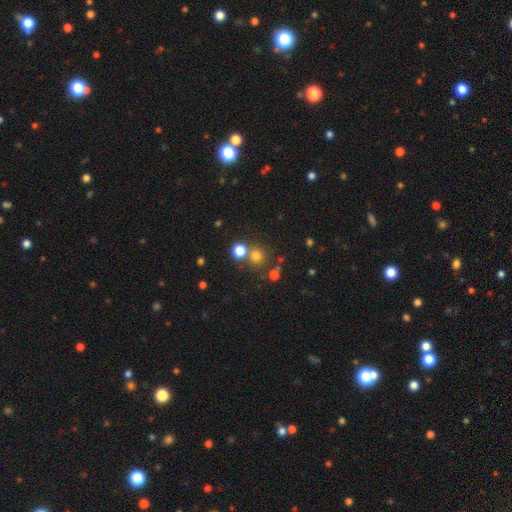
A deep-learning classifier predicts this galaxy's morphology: The model was most divided on "merging": none: 67%, merger: 23%, minor disturbance: 7%, major disturbance: 3%. More confident: how rounded — round (90%); smooth or featured — smooth (74%).